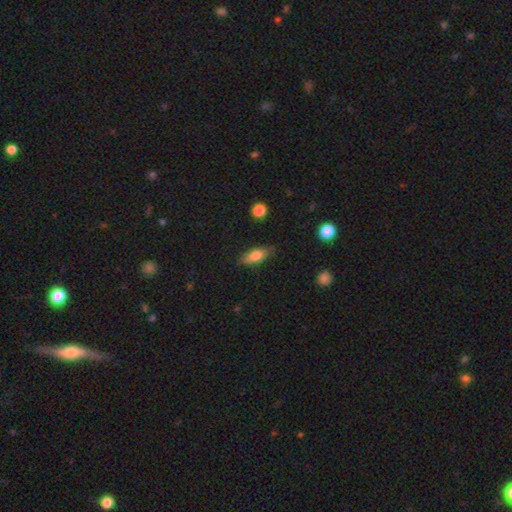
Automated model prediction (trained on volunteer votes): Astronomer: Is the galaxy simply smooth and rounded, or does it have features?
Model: smooth — 75%.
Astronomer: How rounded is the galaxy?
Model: in between — 71%.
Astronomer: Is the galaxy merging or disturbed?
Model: none — 79%.